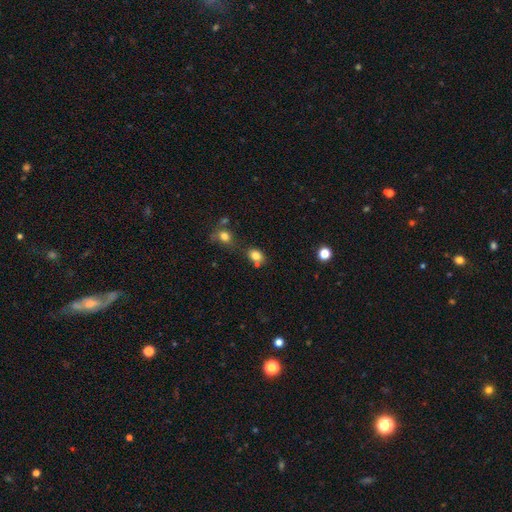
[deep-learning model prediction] Smooth or featured? smooth (80%)
How rounded? in between (60%)
Merging? none (60%)